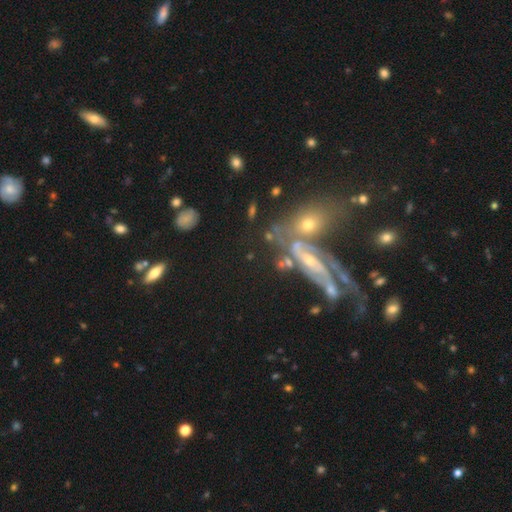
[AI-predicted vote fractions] The model was most divided on "merging": merger: 45%, none: 29%, major disturbance: 15%, minor disturbance: 11%. More confident: edge-on disk — no (67%); smooth or featured — featured or disk (50%).